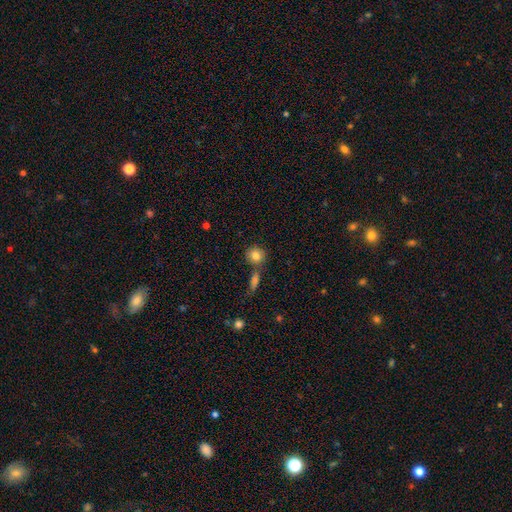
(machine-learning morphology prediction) This appears to be a smooth galaxy with no disk features (83%) that is round (84%). Merging: none (69%).